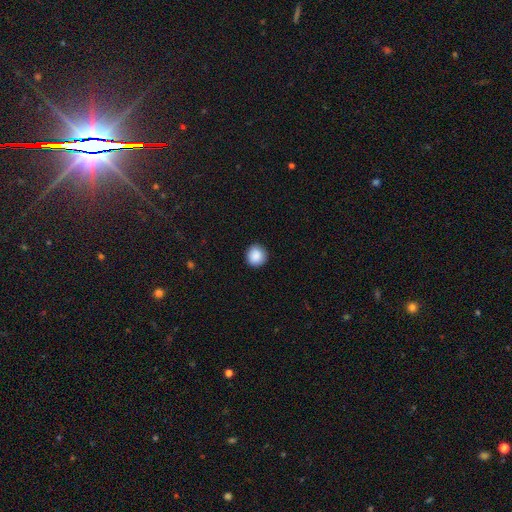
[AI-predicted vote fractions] smooth 89%, star or artifact 8%, featured or disk 3%. Down the decision tree: how rounded — round (93%); merging — none (91%).